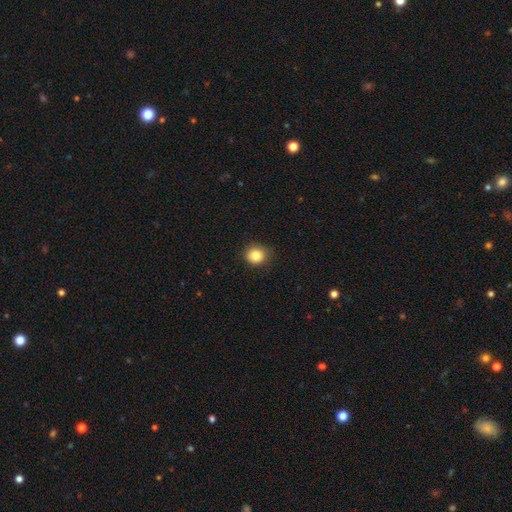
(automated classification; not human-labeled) Smooth or featured: smooth — 86% (star or artifact — 10%)
How rounded: round — 84% (in between — 15%)
Merging: none — 85% (minor disturbance — 11%)